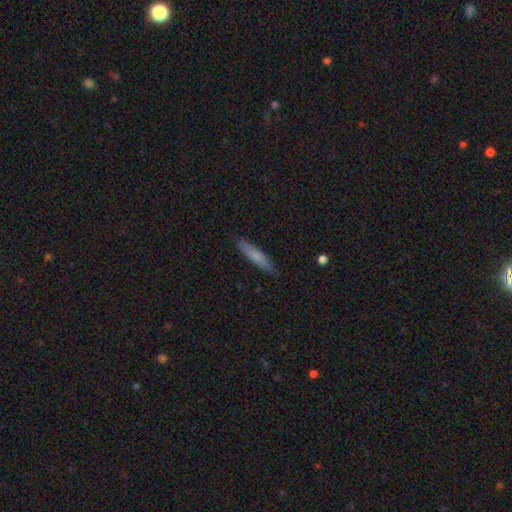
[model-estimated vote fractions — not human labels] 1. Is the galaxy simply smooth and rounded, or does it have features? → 71% smooth, 23% featured or disk, 6% star or artifact.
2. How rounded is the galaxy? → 88% cigar-shaped, 11% in between, 2% round.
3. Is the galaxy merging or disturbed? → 88% none, 10% minor disturbance, 2% major disturbance, 1% merger.